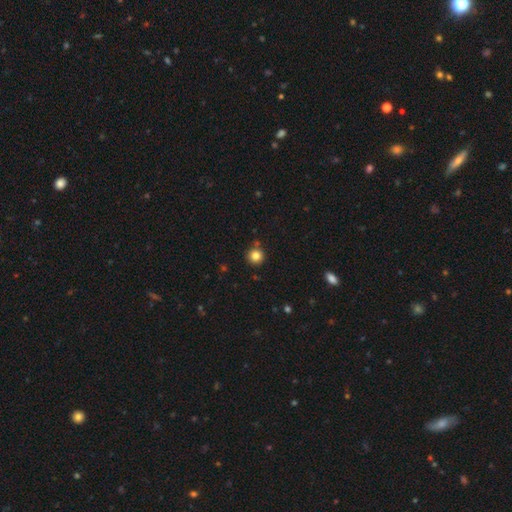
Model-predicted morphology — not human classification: Smooth or featured? Predicted: smooth (p=0.82). How rounded? Predicted: round (p=0.94). Merging? Predicted: none (p=0.85).